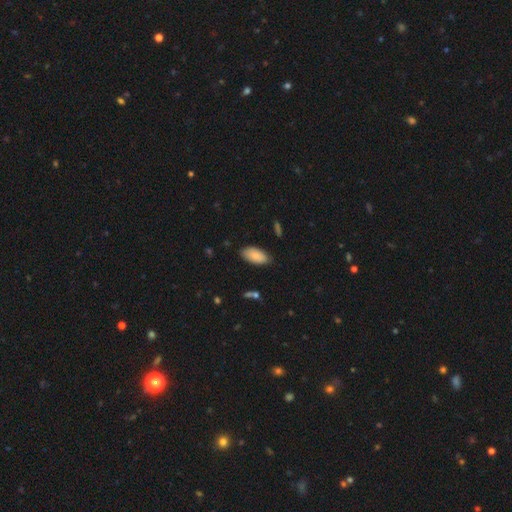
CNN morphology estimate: Smooth or featured?
  - smooth: 84% *
  - featured or disk: 9%
  - star or artifact: 6%
How rounded?
  - in between: 94% *
  - cigar-shaped: 4%
  - round: 2%
Merging?
  - none: 82% *
  - minor disturbance: 14%
  - major disturbance: 2%
  - merger: 1%